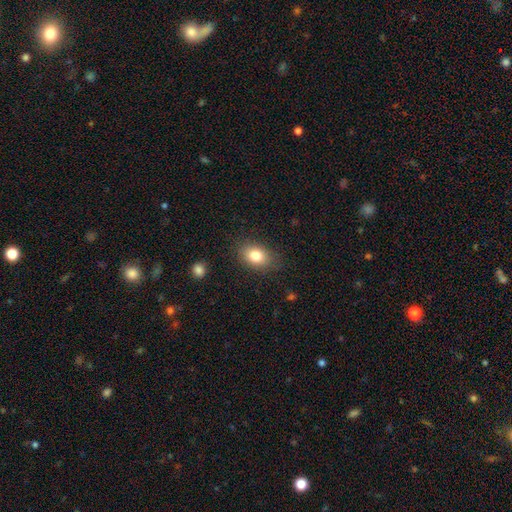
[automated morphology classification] type=smooth (81%); roundness=in between (75%); merging=none (83%).